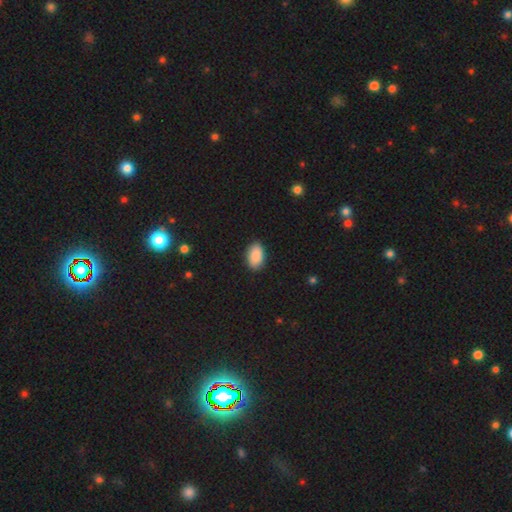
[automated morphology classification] This is clearly a smooth galaxy (91%). How rounded: clearly in between (93%). Merging: clearly none (88%).